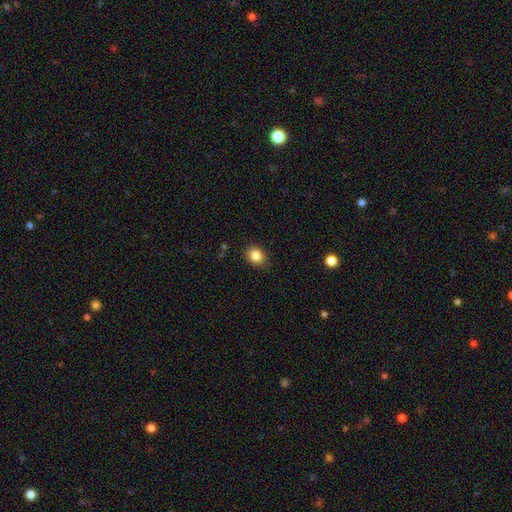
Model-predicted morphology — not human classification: The model was most divided on "how rounded": in between: 54%, round: 45%, cigar-shaped: 1%. More confident: smooth or featured — smooth (85%); merging — none (85%).